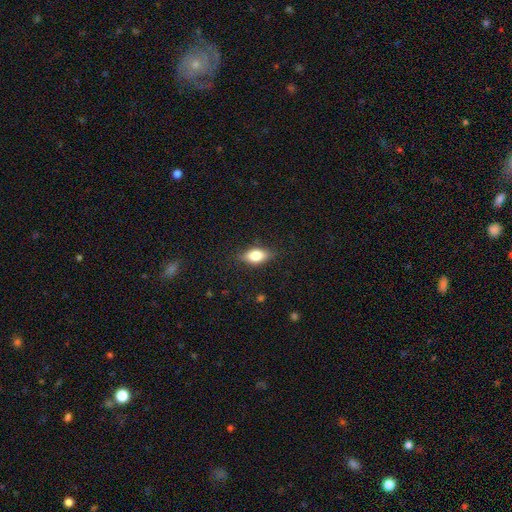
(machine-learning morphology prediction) Smooth or featured? smooth (75%)
How rounded? in between (83%)
Merging? none (82%)